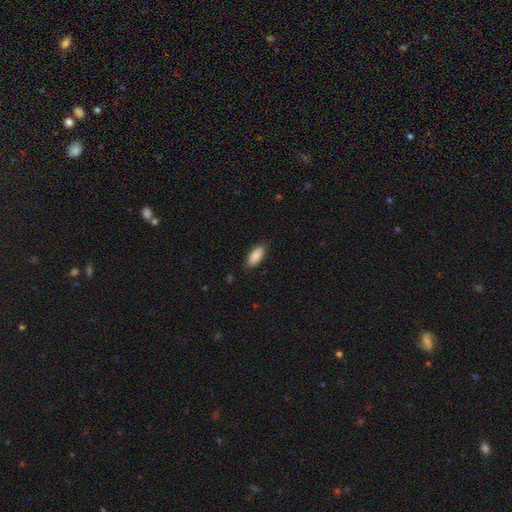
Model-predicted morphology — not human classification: This is clearly a smooth galaxy (89%). How rounded: clearly in between (86%). Merging: clearly none (86%).